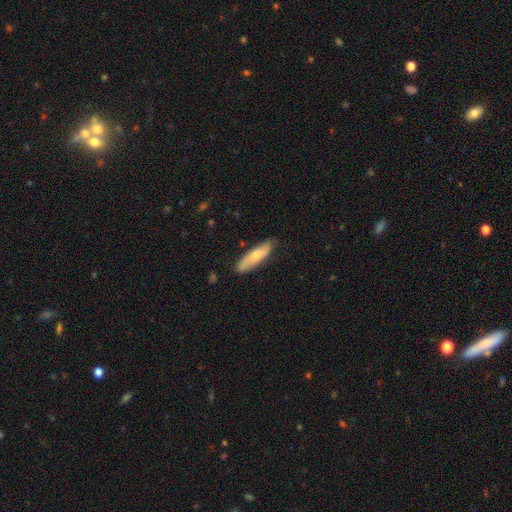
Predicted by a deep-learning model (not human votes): Smooth or featured: smooth — 69% (featured or disk — 26%)
How rounded: cigar-shaped — 61% (in between — 38%)
Merging: none — 80% (minor disturbance — 16%)